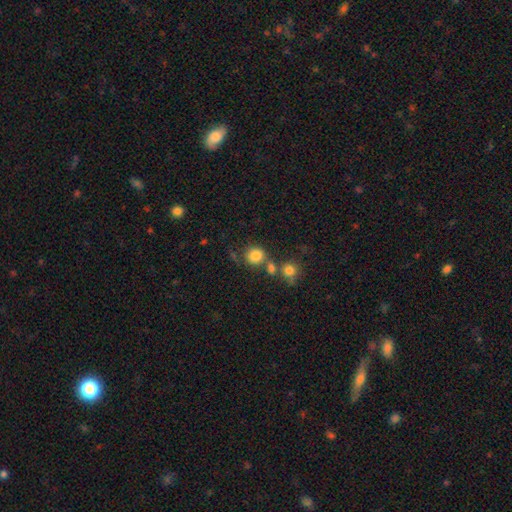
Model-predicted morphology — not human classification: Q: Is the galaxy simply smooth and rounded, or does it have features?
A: smooth — 82%.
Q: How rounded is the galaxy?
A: round — 86%.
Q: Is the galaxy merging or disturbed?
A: none — 63%.